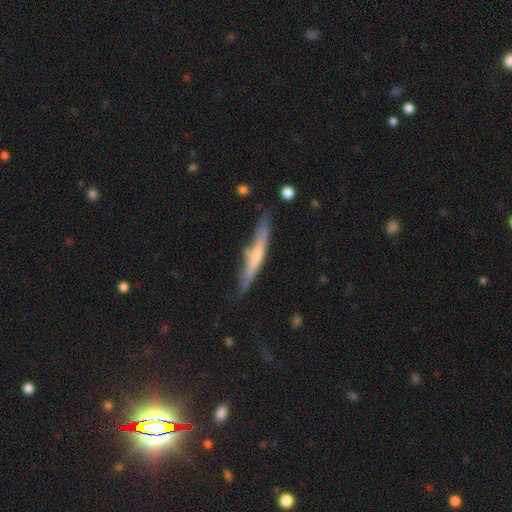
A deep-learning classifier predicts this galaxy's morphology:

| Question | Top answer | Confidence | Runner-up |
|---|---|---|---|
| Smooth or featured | featured or disk | 51% | smooth (43%) |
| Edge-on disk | yes | 93% | no (7%) |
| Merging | none | 77% | minor disturbance (16%) |